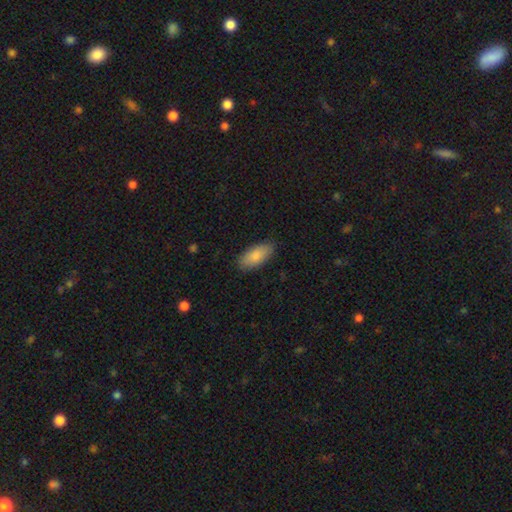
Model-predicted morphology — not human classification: A smooth galaxy with no disk features (86%) that is in between round and cigar-shaped (89%).

Vote fractions:
- Smooth or featured? smooth: 86% / featured or disk: 8% / star or artifact: 6%
- How rounded? in between: 89% / cigar-shaped: 9% / round: 2%
- Merging? none: 85% / minor disturbance: 12% / major disturbance: 2% / merger: 1%